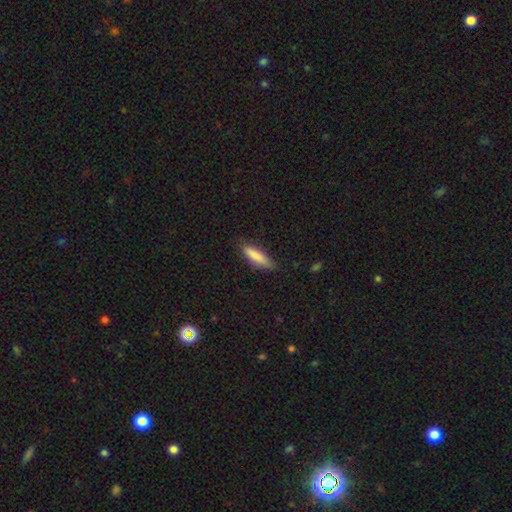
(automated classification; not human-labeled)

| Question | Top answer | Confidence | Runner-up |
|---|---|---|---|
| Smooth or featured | smooth | 84% | featured or disk (10%) |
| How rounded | cigar-shaped | 68% | in between (31%) |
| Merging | none | 81% | minor disturbance (15%) |